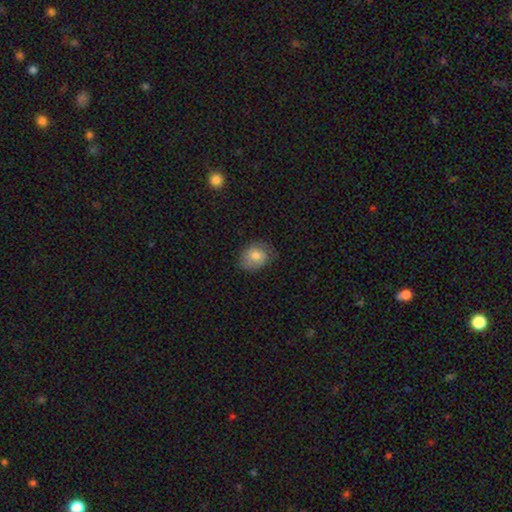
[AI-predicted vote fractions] Overall: smooth (76%). How rounded: in between (56%; round 44%). Merging: none (68%).